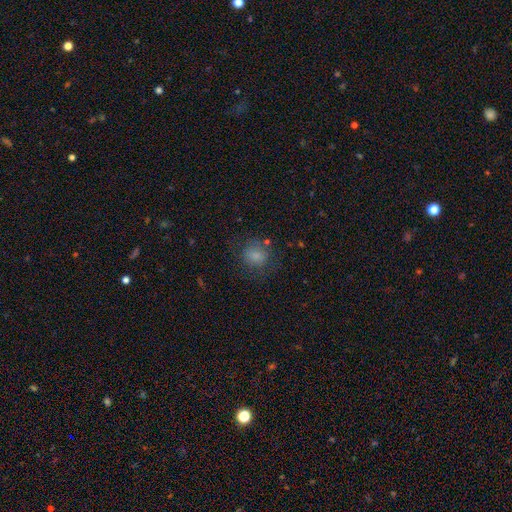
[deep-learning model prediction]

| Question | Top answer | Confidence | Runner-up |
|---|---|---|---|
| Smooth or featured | smooth | 79% | star or artifact (12%) |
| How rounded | round | 75% | in between (24%) |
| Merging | none | 72% | minor disturbance (17%) |